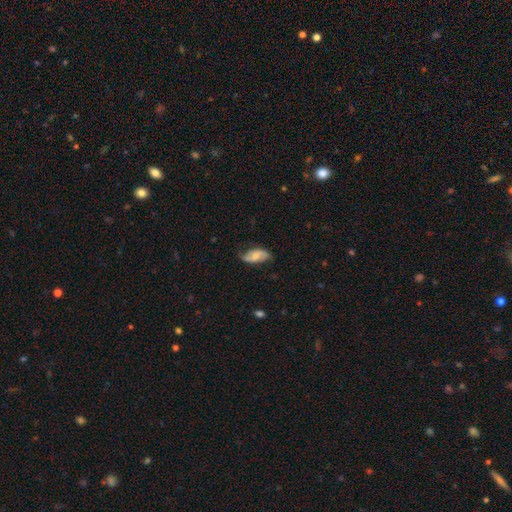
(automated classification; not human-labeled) The model was most divided on "smooth or featured": featured or disk: 51%, smooth: 42%, star or artifact: 7%. More confident: edge-on disk — no (93%); merging — none (69%).